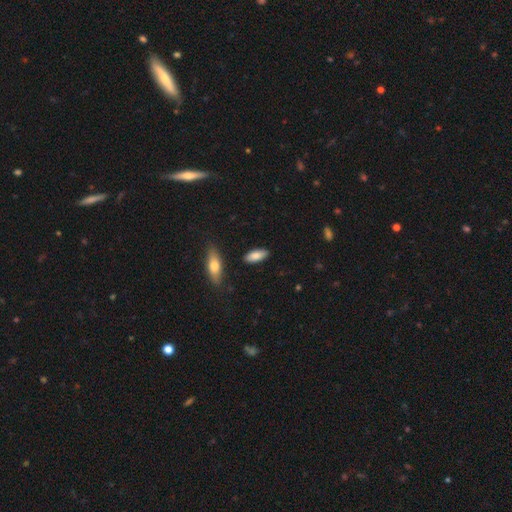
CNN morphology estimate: A smooth galaxy with no disk features (84%) that is in between round and cigar-shaped (77%).

Vote fractions:
- Smooth or featured? smooth: 84% / featured or disk: 10% / star or artifact: 6%
- How rounded? in between: 77% / cigar-shaped: 21% / round: 2%
- Merging? none: 85% / minor disturbance: 10% / merger: 2% / major disturbance: 2%